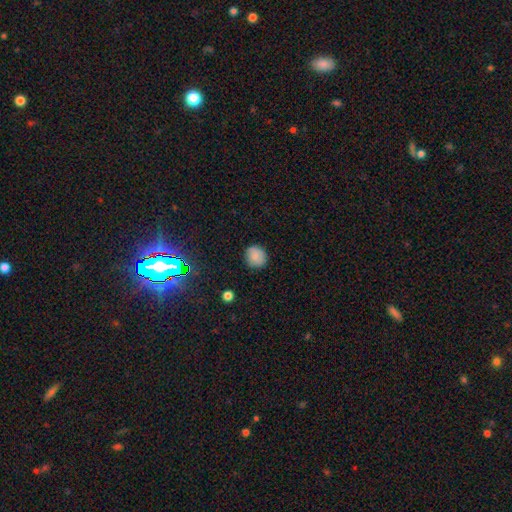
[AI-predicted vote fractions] Morphology: type=smooth (85%); roundness=round (84%); merging=none (86%).